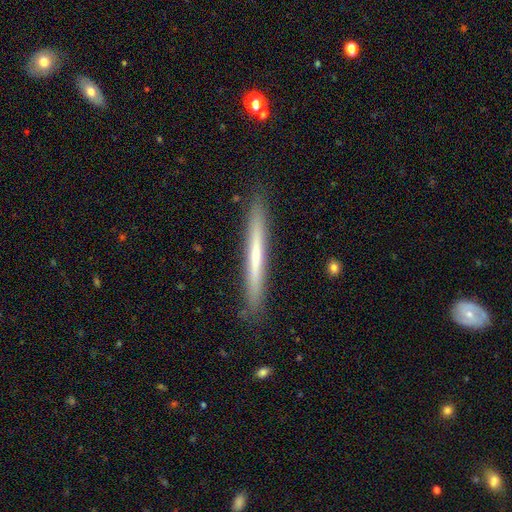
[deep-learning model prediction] The model was most divided on "smooth or featured": featured or disk: 48%, smooth: 46%, star or artifact: 6%. More confident: merging — none (89%).